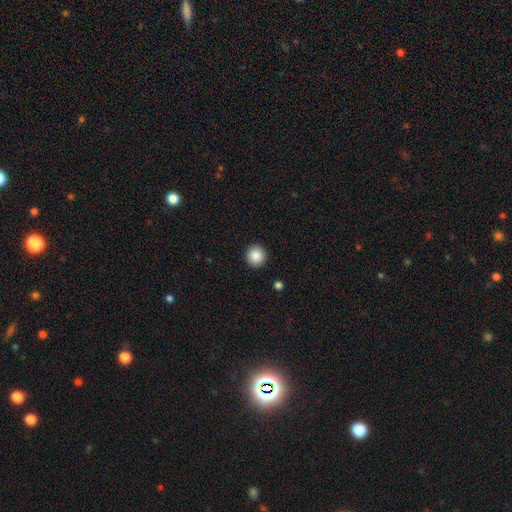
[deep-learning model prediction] smooth_or_featured: smooth (p=0.88) [alt: star or artifact p=0.08]
how_rounded: round (p=0.95) [alt: in between p=0.04]
merging: none (p=0.93) [alt: minor disturbance p=0.05]